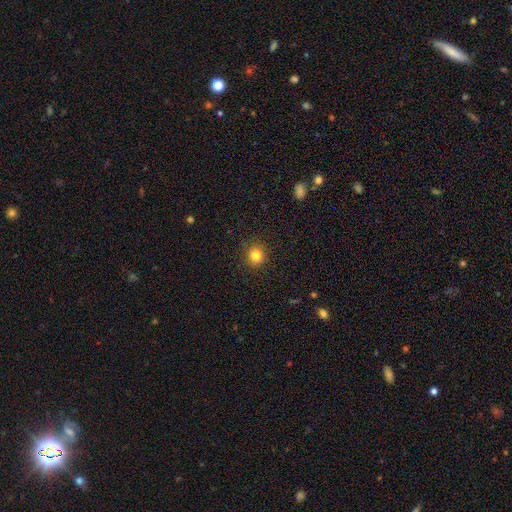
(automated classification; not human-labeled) Q: Smooth or featured?
A: smooth (83%); runner-up: star or artifact (12%)
Q: How rounded?
A: round (87%); runner-up: in between (12%)
Q: Merging?
A: none (91%); runner-up: minor disturbance (6%)